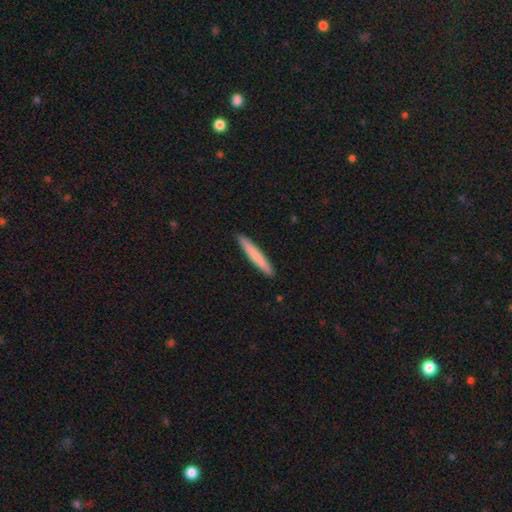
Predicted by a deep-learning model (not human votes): Smooth or featured? Predicted: smooth (p=0.78). How rounded? Predicted: cigar-shaped (p=0.96). Merging? Predicted: none (p=0.92).